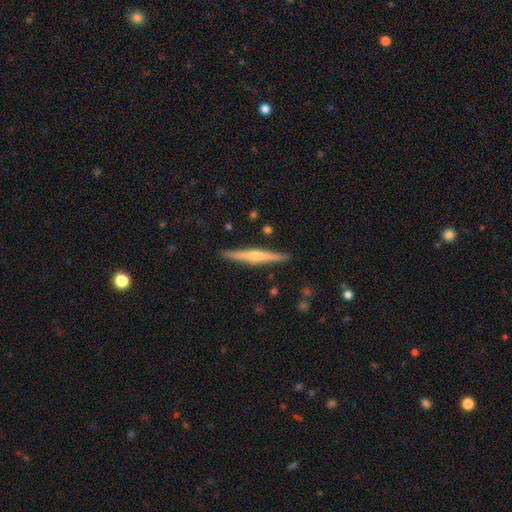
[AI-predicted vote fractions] Morphology: type=featured or disk (69%); edge-on=yes (98%); edge-on bulge=rounded (80%); merging=none (90%).